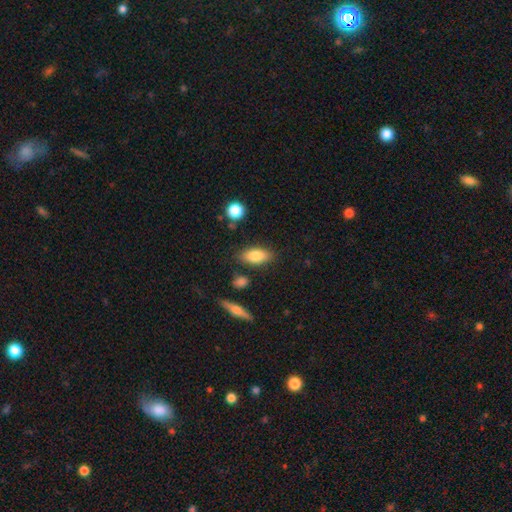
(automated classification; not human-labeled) smooth 81%, featured or disk 12%, star or artifact 7%. Down the decision tree: how rounded — in between (85%); merging — none (79%).